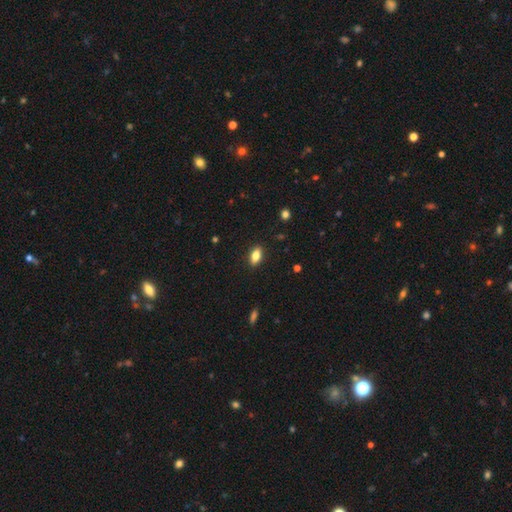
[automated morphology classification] smooth 80%, featured or disk 11%, star or artifact 8%. Down the decision tree: how rounded — in between (86%); merging — none (88%).